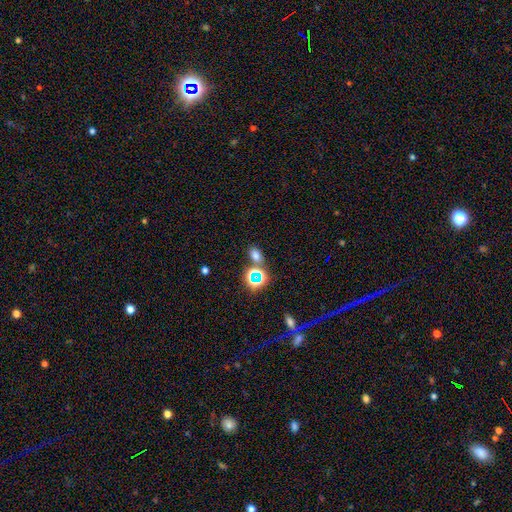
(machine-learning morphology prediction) A smooth galaxy with no disk features (66%) that is in between round and cigar-shaped (72%).

Vote fractions:
- Smooth or featured? smooth: 66% / star or artifact: 26% / featured or disk: 9%
- How rounded? in between: 72% / round: 26% / cigar-shaped: 2%
- Merging? none: 69% / merger: 17% / minor disturbance: 10% / major disturbance: 4%